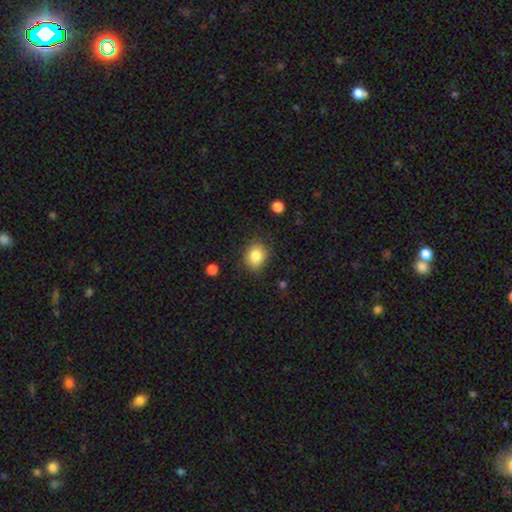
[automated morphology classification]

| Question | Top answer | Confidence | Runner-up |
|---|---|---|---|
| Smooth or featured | smooth | 85% | star or artifact (9%) |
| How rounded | round | 53% | in between (46%) |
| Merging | none | 83% | minor disturbance (12%) |